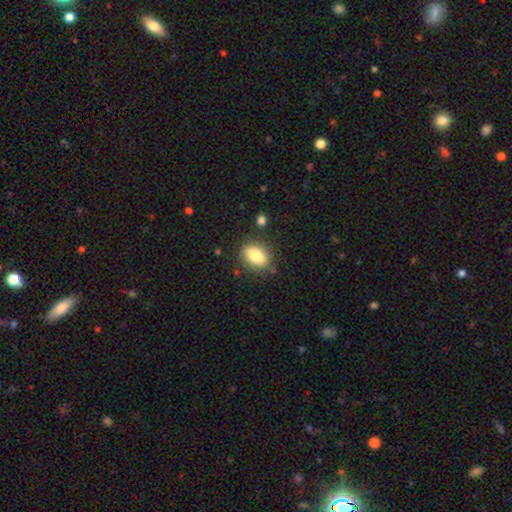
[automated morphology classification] smooth_or_featured: smooth (p=0.85) [alt: star or artifact p=0.08]
how_rounded: in between (p=0.82) [alt: round p=0.14]
merging: none (p=0.81) [alt: minor disturbance p=0.12]